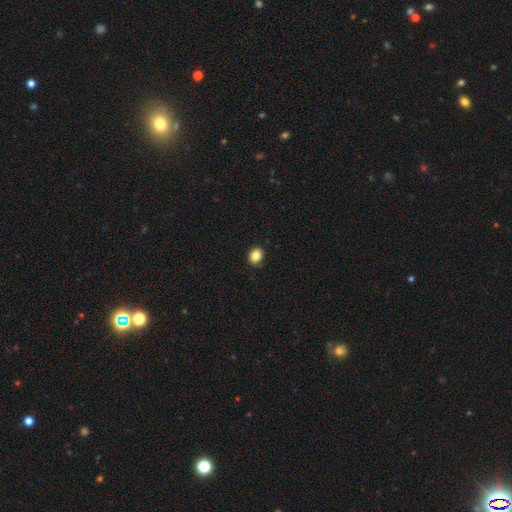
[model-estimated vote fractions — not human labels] smooth 85%, star or artifact 10%, featured or disk 6%. Down the decision tree: how rounded — round (55%); merging — none (90%).